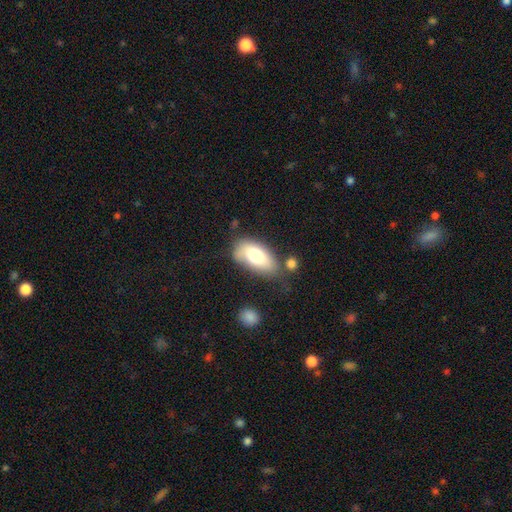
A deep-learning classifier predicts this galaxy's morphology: Smooth or featured? smooth (73%)
How rounded? in between (91%)
Merging? none (62%)